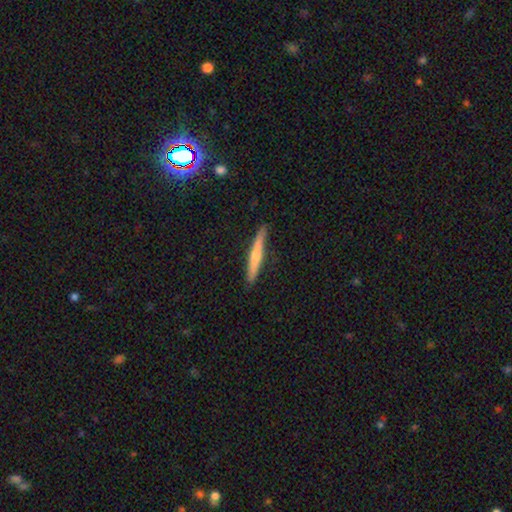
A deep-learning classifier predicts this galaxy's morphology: type=featured or disk (48%); merging=none (87%).